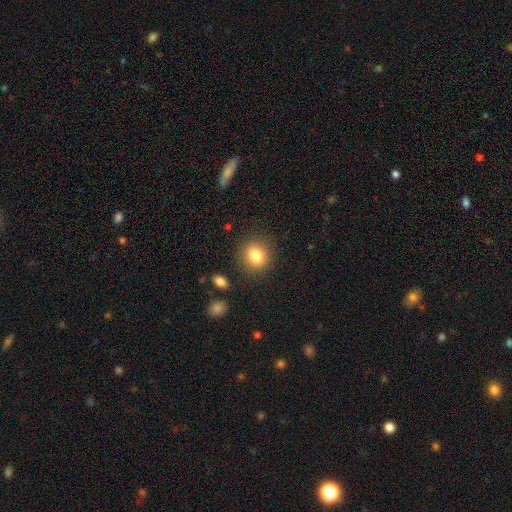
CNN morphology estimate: Q: Smooth or featured?
A: smooth (83%); runner-up: star or artifact (10%)
Q: How rounded?
A: round (80%); runner-up: in between (19%)
Q: Merging?
A: none (87%); runner-up: minor disturbance (9%)